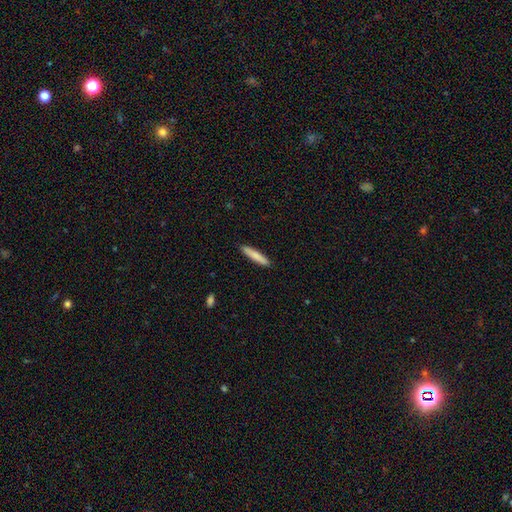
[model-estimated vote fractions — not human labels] Smooth or featured? Predicted: smooth (p=0.82). How rounded? Predicted: cigar-shaped (p=0.91). Merging? Predicted: none (p=0.91).